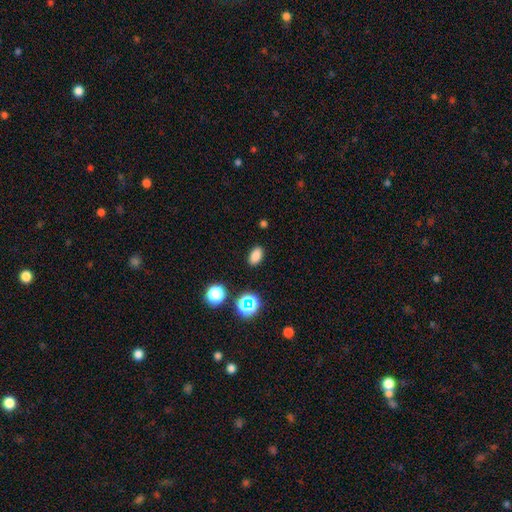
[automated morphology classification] smooth-or-featured: smooth: 81% | star or artifact: 14% | featured or disk: 5%
  how-rounded: in between: 87% | round: 11% | cigar-shaped: 2%
  merging: none: 88% | minor disturbance: 8% | major disturbance: 3% | merger: 2%